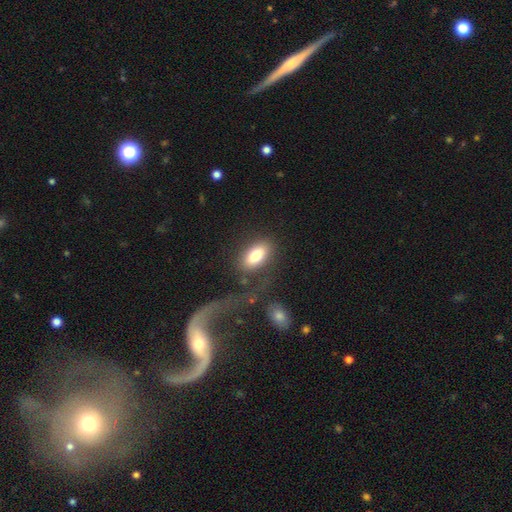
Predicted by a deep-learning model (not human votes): Q: Smooth or featured?
A: smooth (80%); runner-up: featured or disk (13%)
Q: How rounded?
A: in between (91%); runner-up: round (5%)
Q: Merging?
A: none (65%); runner-up: minor disturbance (15%)